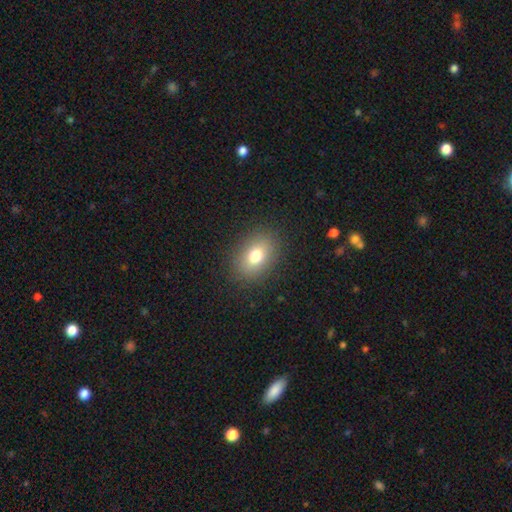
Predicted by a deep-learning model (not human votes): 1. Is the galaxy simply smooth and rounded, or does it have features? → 75% smooth, 13% featured or disk, 12% star or artifact.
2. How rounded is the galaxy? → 72% in between, 27% round, 1% cigar-shaped.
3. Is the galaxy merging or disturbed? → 87% none, 8% minor disturbance, 3% major disturbance, 1% merger.